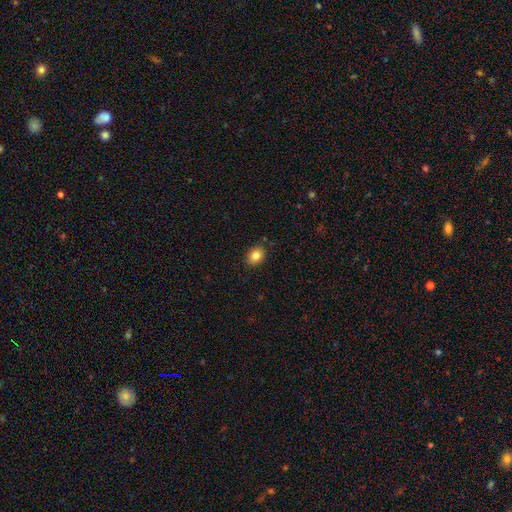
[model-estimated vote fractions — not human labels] This appears to be a smooth galaxy with no disk features (84%) that is in between round and cigar-shaped (64%). Merging: none (87%).